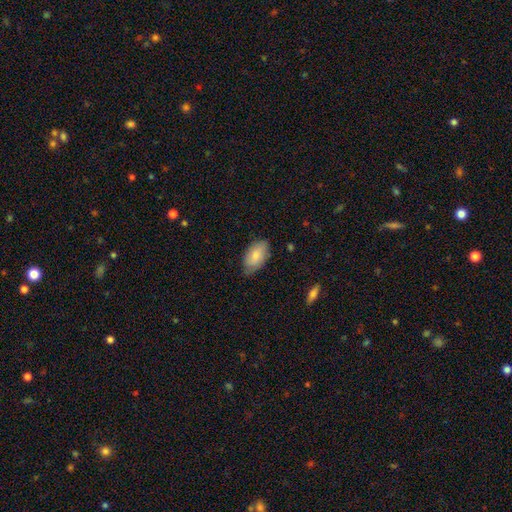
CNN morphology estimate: Overall: smooth (80%). How rounded: in between (94%). Merging: none (72%).